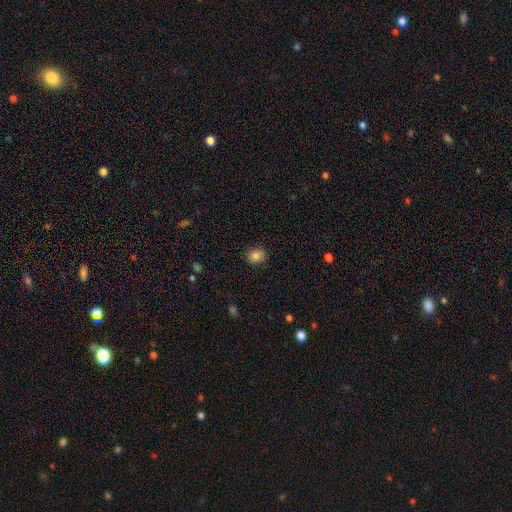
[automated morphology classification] Overall: smooth (82%). How rounded: round (76%). Merging: none (88%).